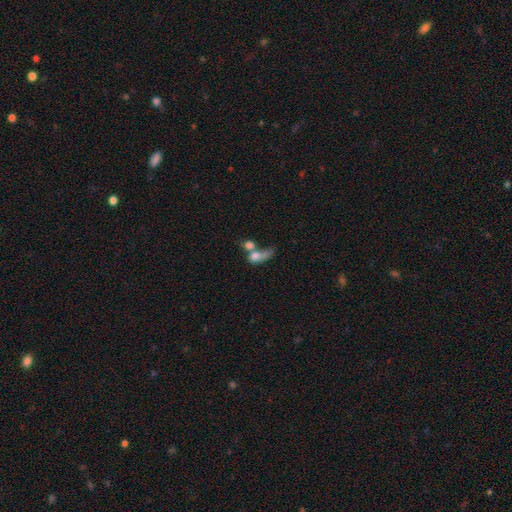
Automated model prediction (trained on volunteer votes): Overall: smooth (65%). How rounded: in between (55%; round 38%). Merging: merger (60%).